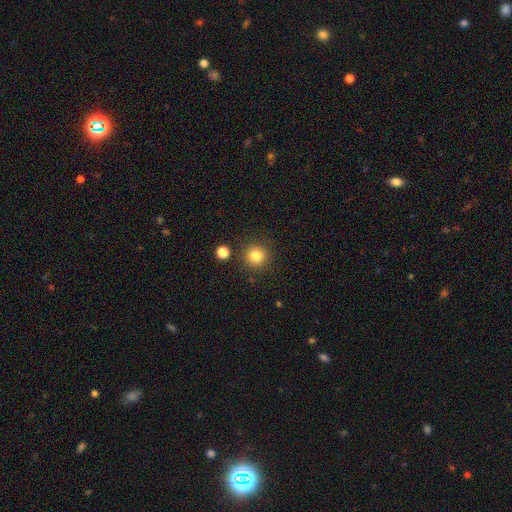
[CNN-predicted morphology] This is clearly a smooth galaxy (82%). How rounded: clearly round (94%). Merging: clearly none (87%).